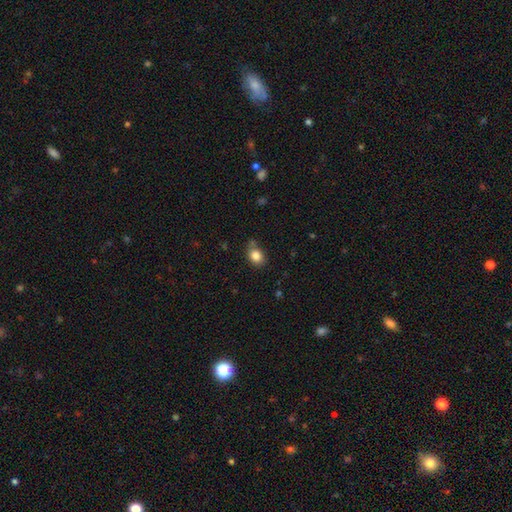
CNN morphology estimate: This appears to be a smooth galaxy with no disk features (84%) that is in between round and cigar-shaped (50%). Merging: none (69%).